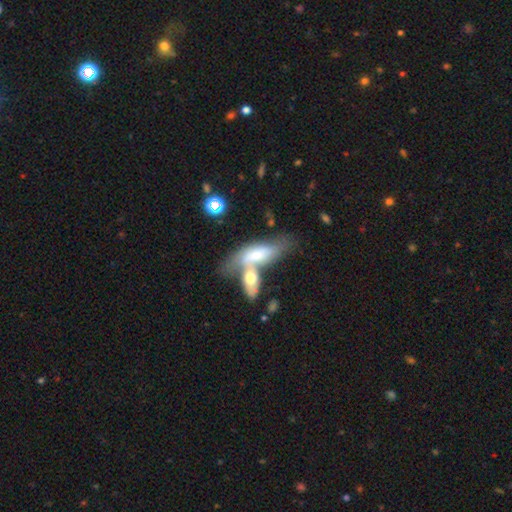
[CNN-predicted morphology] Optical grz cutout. It shows a smooth galaxy with no disk features (52%) that is in between round and cigar-shaped (61%). Merging: merger (62%).